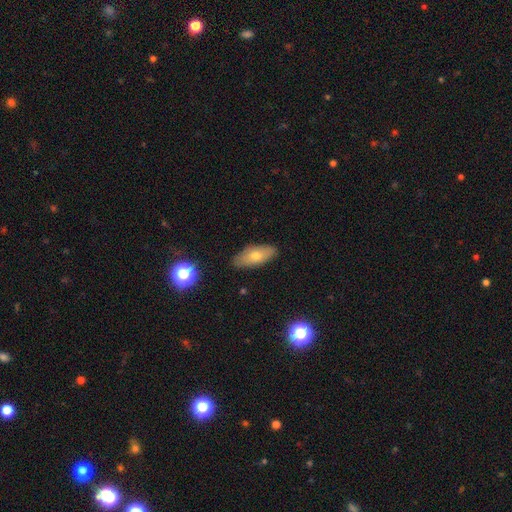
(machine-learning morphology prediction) type=smooth (65%); roundness=in between (81%); merging=none (85%).